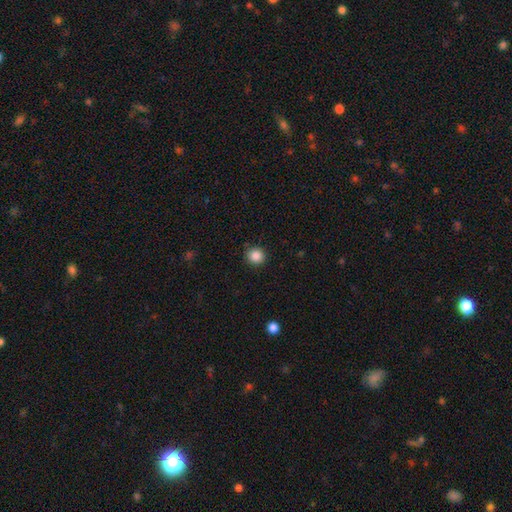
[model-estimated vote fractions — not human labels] A smooth galaxy with no disk features (87%) that is round (91%).

Vote fractions:
- Smooth or featured? smooth: 87% / star or artifact: 10% / featured or disk: 3%
- How rounded? round: 91% / in between: 8% / cigar-shaped: 1%
- Merging? none: 91% / minor disturbance: 6% / major disturbance: 2% / merger: 1%